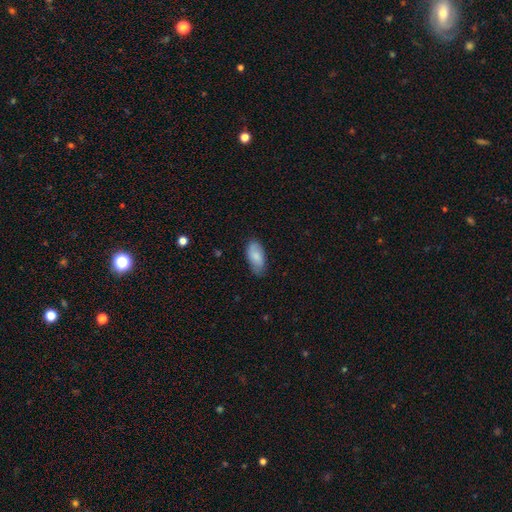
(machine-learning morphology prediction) Smooth or featured: smooth — 82% (featured or disk — 12%)
How rounded: in between — 92% (cigar-shaped — 6%)
Merging: none — 74% (minor disturbance — 21%)